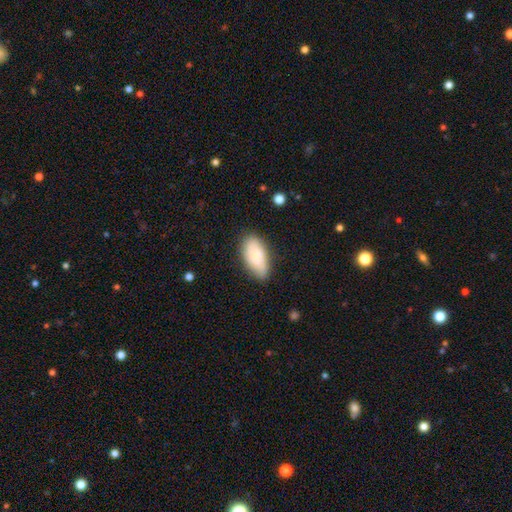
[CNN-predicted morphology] type=smooth (74%); roundness=in between (91%); merging=none (73%).